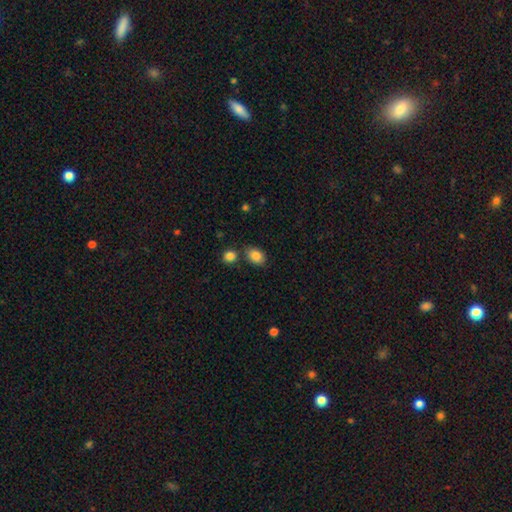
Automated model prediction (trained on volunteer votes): Smooth or featured?
  - smooth: 85% *
  - star or artifact: 9%
  - featured or disk: 6%
How rounded?
  - in between: 74% *
  - round: 25%
  - cigar-shaped: 1%
Merging?
  - none: 71% *
  - minor disturbance: 14%
  - merger: 12%
  - major disturbance: 3%